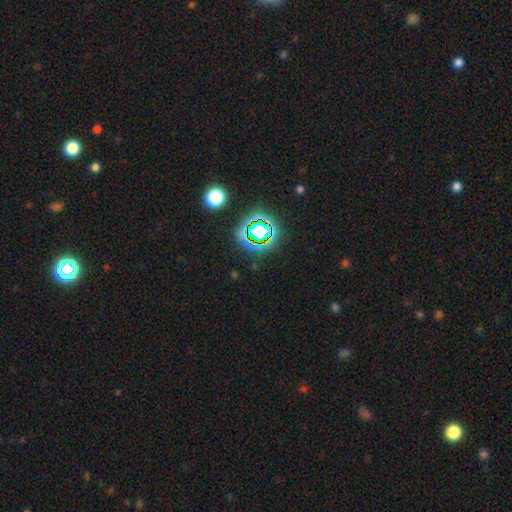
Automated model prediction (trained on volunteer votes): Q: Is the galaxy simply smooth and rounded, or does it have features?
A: star or artifact — 76%.